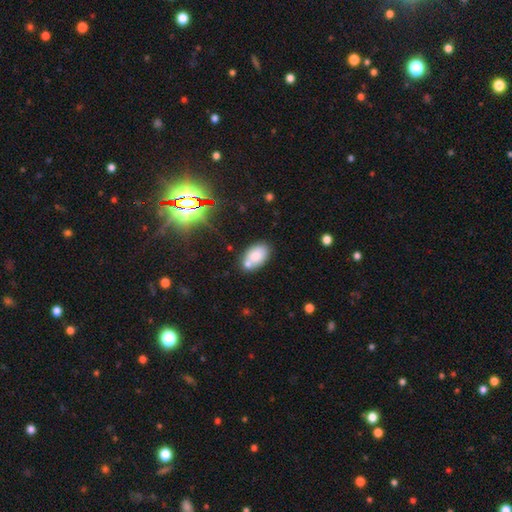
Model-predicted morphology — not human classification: type=smooth (78%); roundness=in between (92%); merging=none (60%).